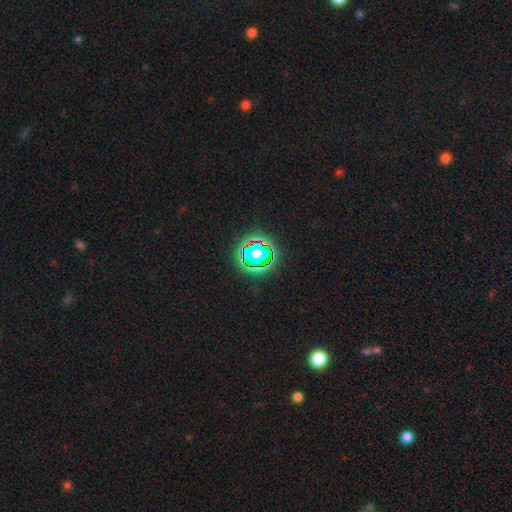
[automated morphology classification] type=star or artifact (77%).